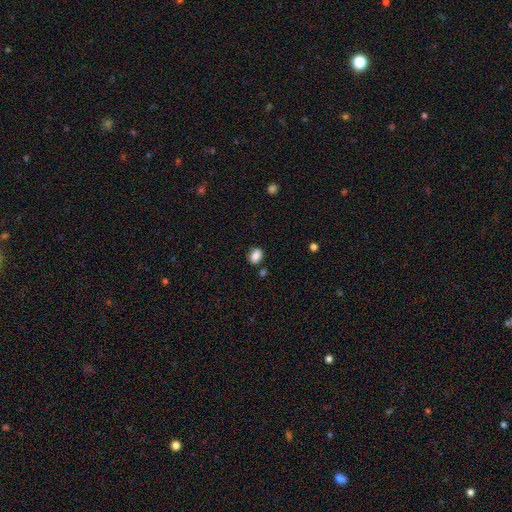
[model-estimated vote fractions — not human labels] Smooth or featured? Predicted: smooth (p=0.87). How rounded? Predicted: in between (p=0.72). Merging? Predicted: none (p=0.79).